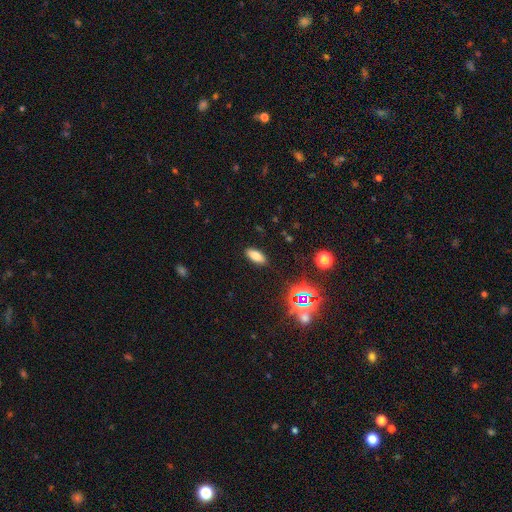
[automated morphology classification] smooth 71%, star or artifact 17%, featured or disk 12%. Down the decision tree: how rounded — in between (81%); merging — none (88%).